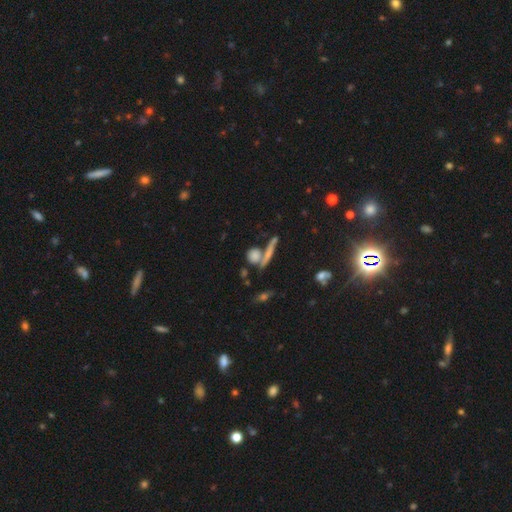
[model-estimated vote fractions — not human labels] This appears to be a smooth galaxy with no disk features (60%) that is round (60%). Merging: none (56%).